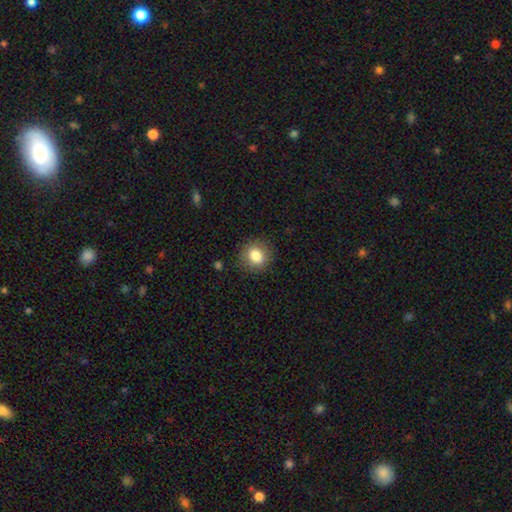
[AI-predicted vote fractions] A smooth galaxy with no disk features (82%) that is round (81%).

Vote fractions:
- Smooth or featured? smooth: 82% / star or artifact: 10% / featured or disk: 8%
- How rounded? round: 81% / in between: 18% / cigar-shaped: 1%
- Merging? none: 87% / minor disturbance: 9% / major disturbance: 3% / merger: 1%